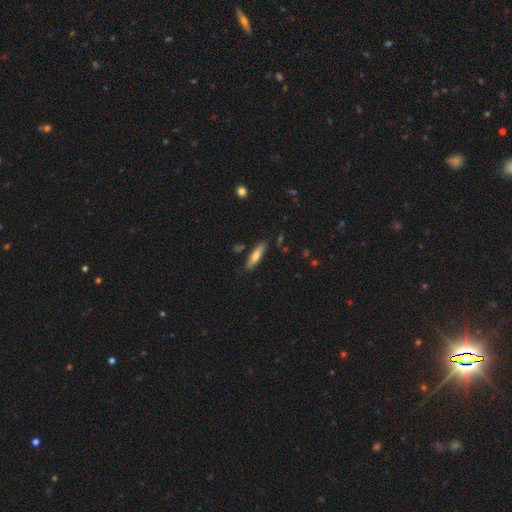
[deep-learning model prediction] smooth-or-featured: smooth: 69% | featured or disk: 25% | star or artifact: 6%
  how-rounded: cigar-shaped: 72% | in between: 26% | round: 2%
  merging: none: 83% | minor disturbance: 12% | merger: 2% | major disturbance: 2%